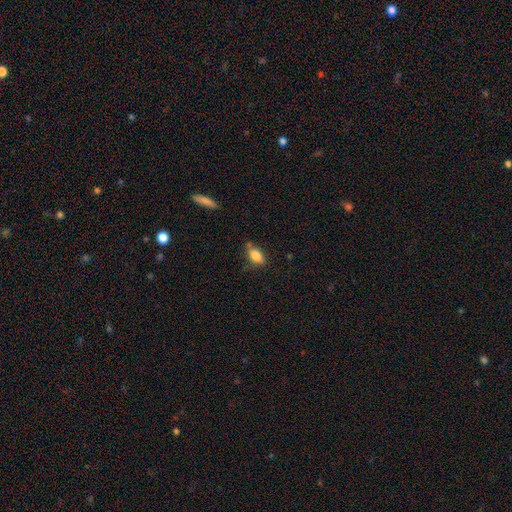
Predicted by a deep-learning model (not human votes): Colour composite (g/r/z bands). It shows a smooth galaxy with no disk features (83%) that is in between round and cigar-shaped (87%). Merging: none (64%).